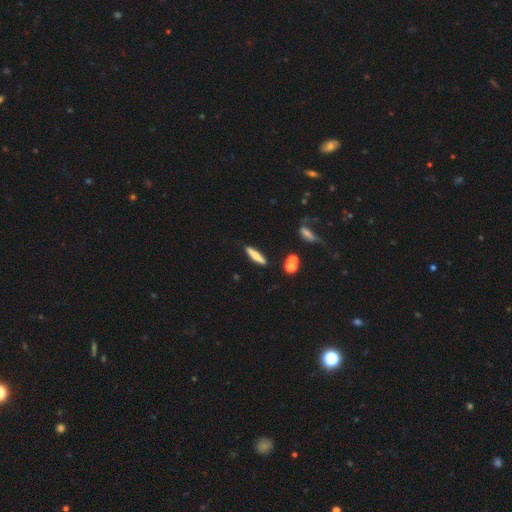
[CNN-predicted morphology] type=smooth (67%); roundness=cigar-shaped (83%); merging=none (82%).